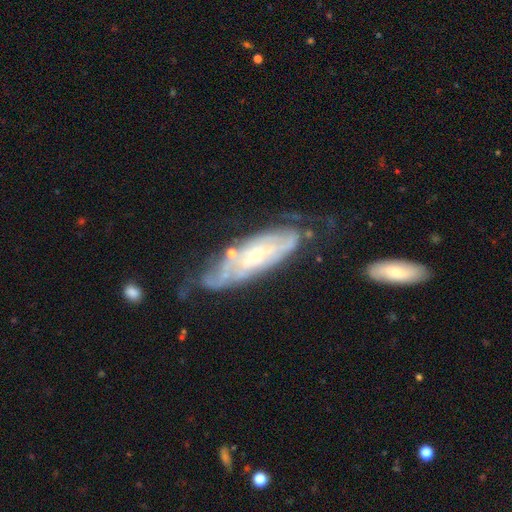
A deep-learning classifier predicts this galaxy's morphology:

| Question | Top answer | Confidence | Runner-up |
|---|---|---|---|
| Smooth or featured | featured or disk | 74% | smooth (20%) |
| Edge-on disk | no | 81% | yes (19%) |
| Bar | no | 65% | weak (28%) |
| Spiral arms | yes | 80% | no (20%) |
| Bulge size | small | 54% | moderate (34%) |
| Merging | none | 49% | minor disturbance (28%) |